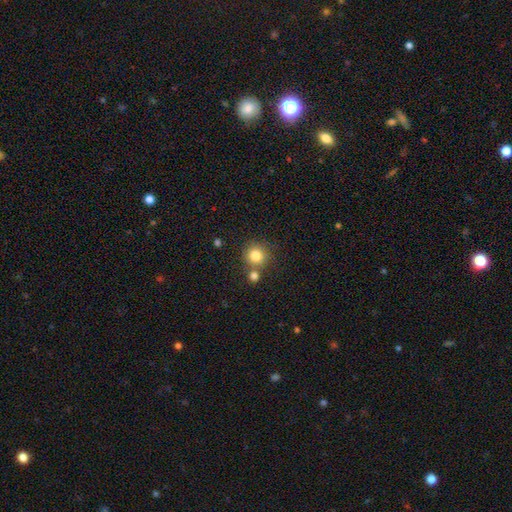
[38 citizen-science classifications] smooth 79%, featured or disk 11%, star or artifact 11%. Down the decision tree: how rounded — round (97%); merging — none (56%).